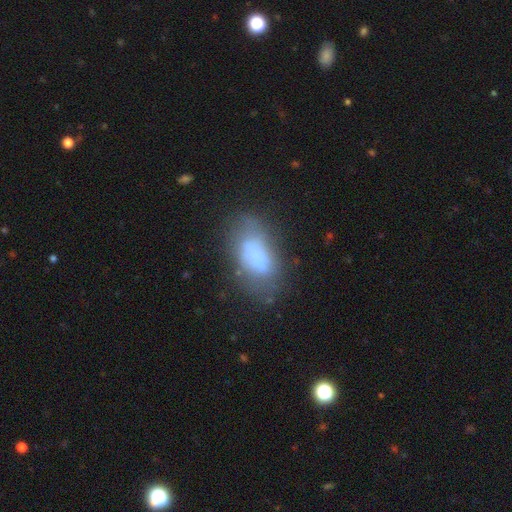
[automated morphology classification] smooth 59%, featured or disk 31%, star or artifact 10%. Down the decision tree: how rounded — in between (89%); merging — none (45%).